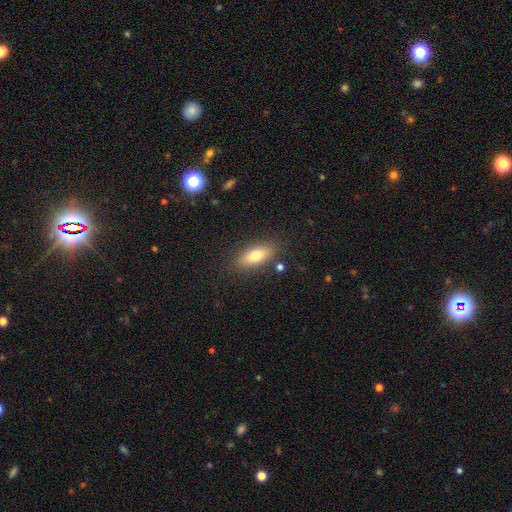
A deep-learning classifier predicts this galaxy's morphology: Smooth or featured: smooth — 74% (featured or disk — 18%)
How rounded: in between — 77% (cigar-shaped — 19%)
Merging: none — 83% (minor disturbance — 11%)